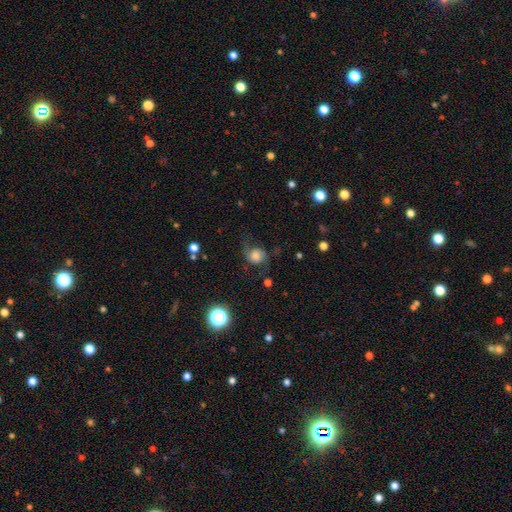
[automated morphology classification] This is possibly a smooth galaxy (46%). Merging: possibly none (59%).